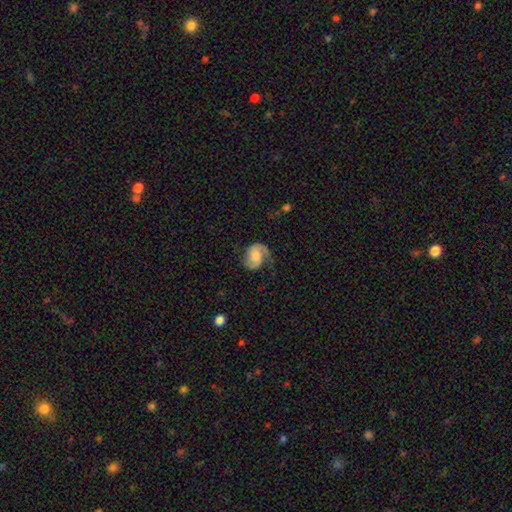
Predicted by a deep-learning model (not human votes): A featured or disk galaxy (66%) with no bar (62%), 2 (64%) medium (44%) spiral arms (93%) and a moderate central bulge (43%). Merging: none (55%).